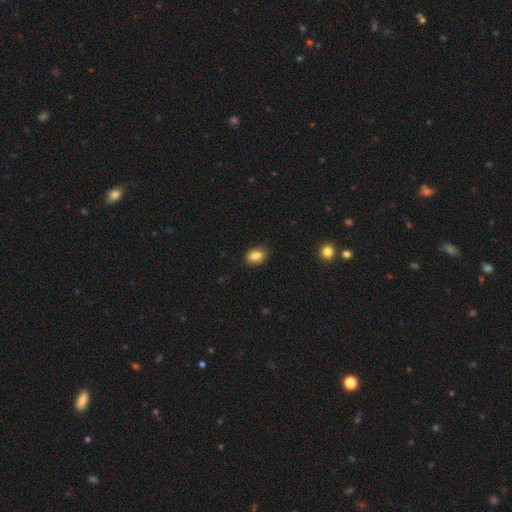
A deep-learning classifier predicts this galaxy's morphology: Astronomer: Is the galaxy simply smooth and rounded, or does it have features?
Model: smooth — 84%.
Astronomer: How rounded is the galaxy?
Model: in between — 85%.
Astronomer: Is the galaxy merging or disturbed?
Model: none — 84%.